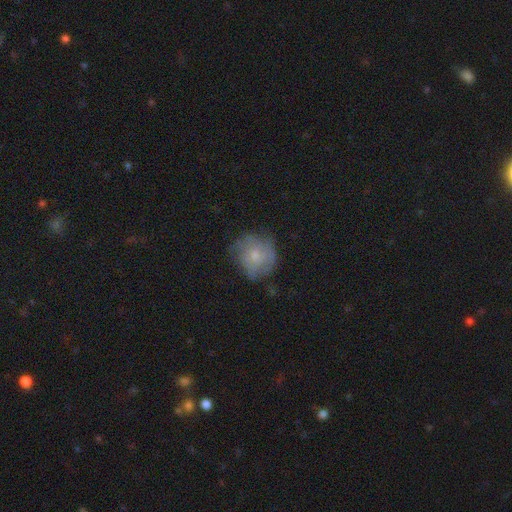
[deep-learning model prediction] A smooth galaxy with no disk features (59%) that is round (83%). Merging: none (61%).